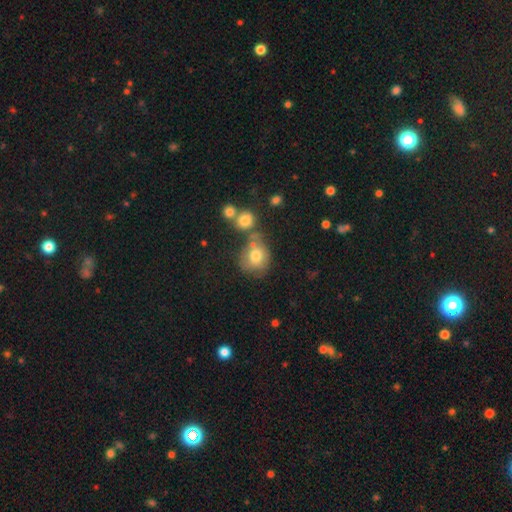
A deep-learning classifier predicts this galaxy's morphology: Smooth or featured? Predicted: smooth (p=0.73). How rounded? Predicted: round (p=0.71). Merging? Predicted: none (p=0.44).